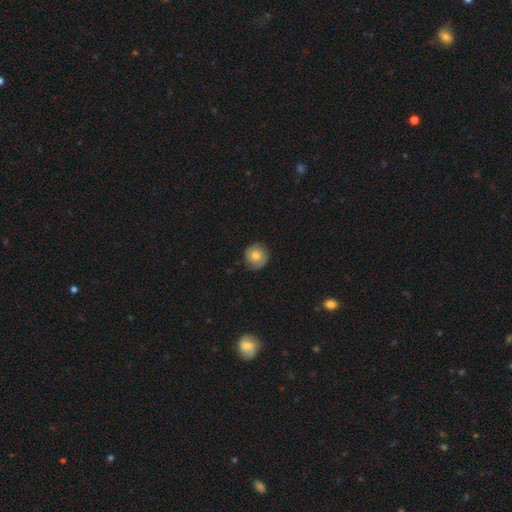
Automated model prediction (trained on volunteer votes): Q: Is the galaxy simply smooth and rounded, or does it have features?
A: smooth — 56%.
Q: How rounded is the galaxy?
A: round — 92%.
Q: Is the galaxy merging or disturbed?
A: none — 85%.